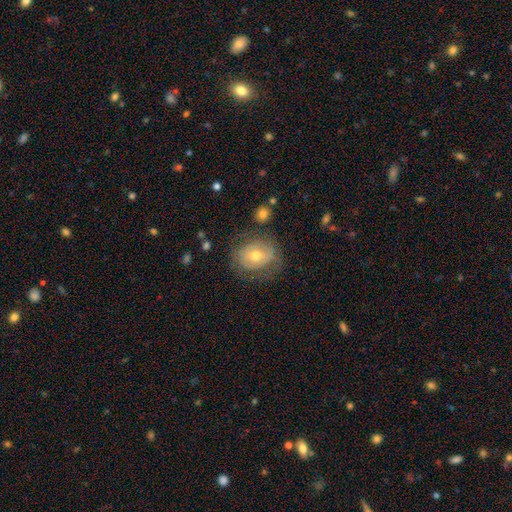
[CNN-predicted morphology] smooth_or_featured: featured or disk (p=0.47) [alt: smooth p=0.45]
merging: none (p=0.63) [alt: minor disturbance p=0.21]